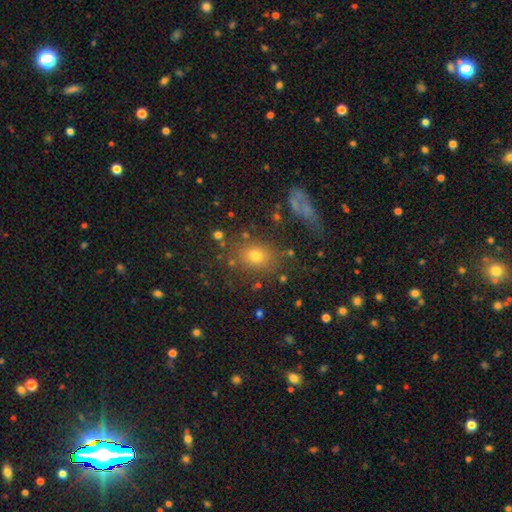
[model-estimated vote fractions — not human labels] Q: Smooth or featured?
A: smooth (68%); runner-up: star or artifact (20%)
Q: How rounded?
A: round (49%); runner-up: in between (48%)
Q: Merging?
A: none (74%); runner-up: minor disturbance (12%)